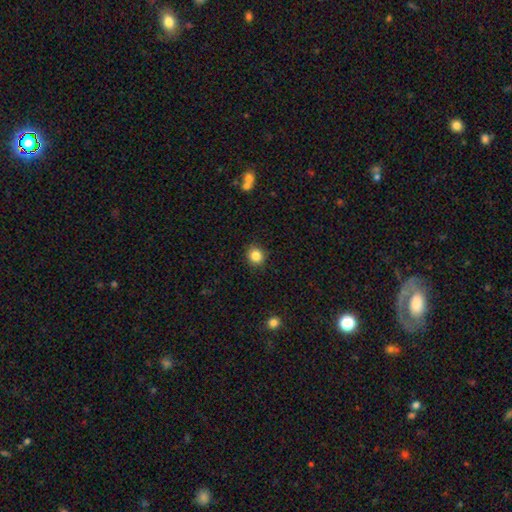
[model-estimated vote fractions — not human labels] Overall: smooth (84%). How rounded: round (87%). Merging: none (89%).